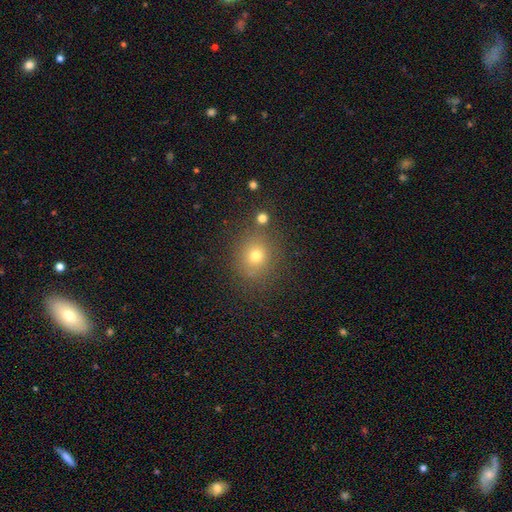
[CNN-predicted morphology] type=smooth (68%); roundness=round (80%); merging=none (81%).